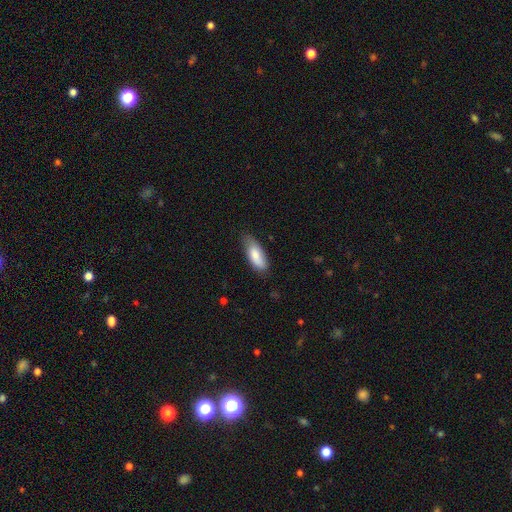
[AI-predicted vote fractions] Overall: smooth (82%). How rounded: in between (77%). Merging: none (66%; minor disturbance 28%).